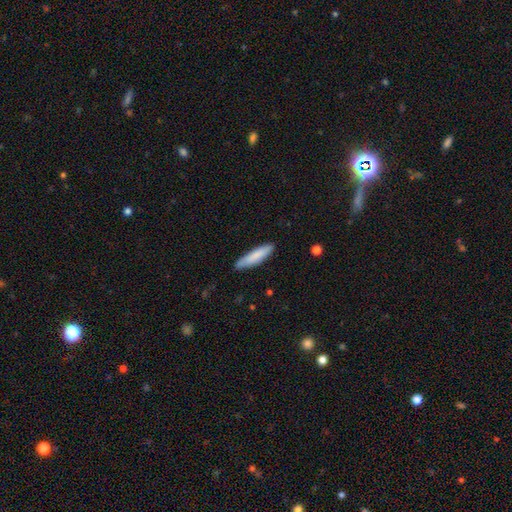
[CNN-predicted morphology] type=smooth (81%); roundness=cigar-shaped (80%); merging=none (83%).